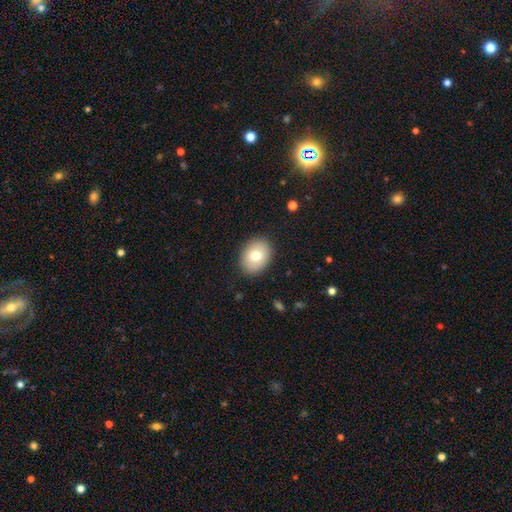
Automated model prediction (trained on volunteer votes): This is likely a smooth galaxy (76%). How rounded: possibly in between (54%). Merging: clearly none (88%).